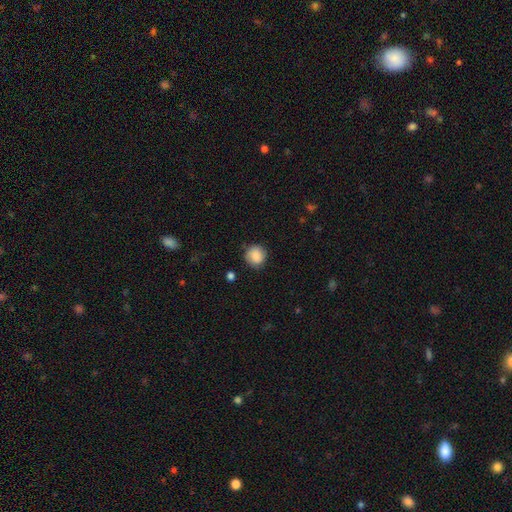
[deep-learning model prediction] smooth-or-featured: smooth: 86% | star or artifact: 8% | featured or disk: 6%
  how-rounded: round: 88% | in between: 11% | cigar-shaped: 1%
  merging: none: 81% | minor disturbance: 15% | major disturbance: 3% | merger: 1%